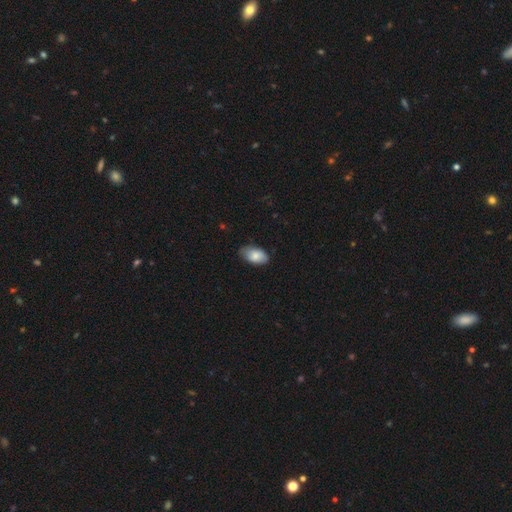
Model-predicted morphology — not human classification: Q: Smooth or featured?
A: smooth (82%); runner-up: featured or disk (11%)
Q: How rounded?
A: in between (94%); runner-up: round (4%)
Q: Merging?
A: none (73%); runner-up: minor disturbance (23%)